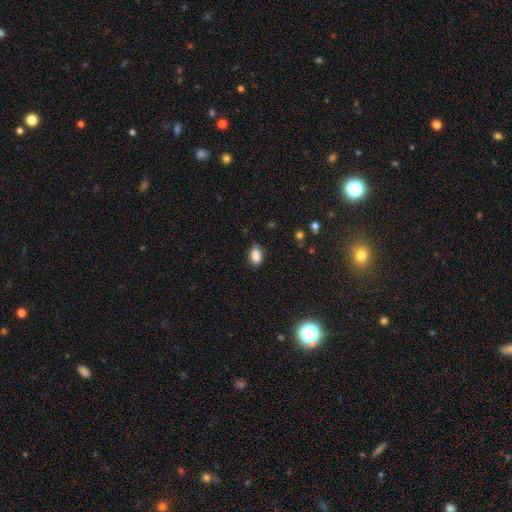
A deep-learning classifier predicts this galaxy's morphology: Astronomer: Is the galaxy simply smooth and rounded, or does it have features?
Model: smooth — 86%.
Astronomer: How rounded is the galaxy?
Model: in between — 89%.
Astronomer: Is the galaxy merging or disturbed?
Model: none — 83%.